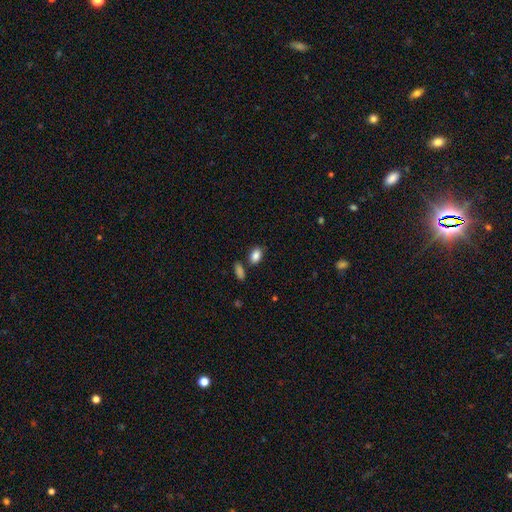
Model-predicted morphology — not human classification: Smooth or featured? Predicted: smooth (p=0.87). How rounded? Predicted: in between (p=0.85). Merging? Predicted: none (p=0.76).